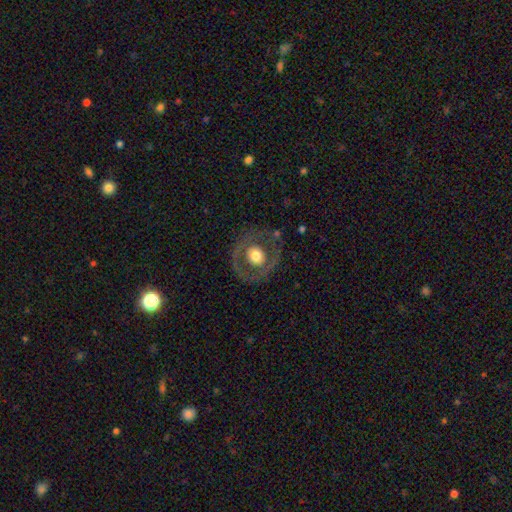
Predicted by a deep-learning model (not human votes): A featured or disk galaxy (50%). Merging: none (76%).